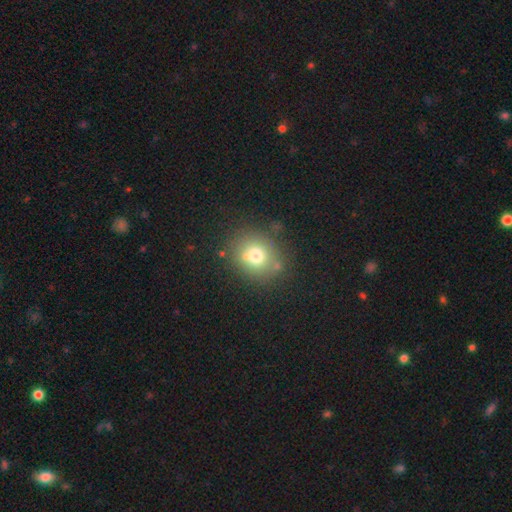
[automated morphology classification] The model was most divided on "how rounded": round: 74%, in between: 25%, cigar-shaped: 1%. More confident: merging — none (72%); smooth or featured — smooth (72%).